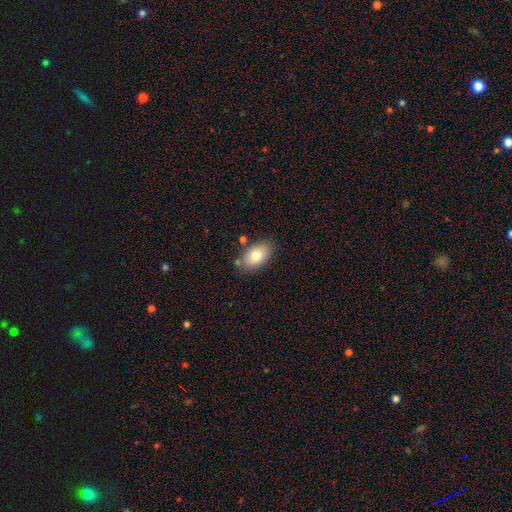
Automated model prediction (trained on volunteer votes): smooth 79%, featured or disk 13%, star or artifact 7%. Down the decision tree: how rounded — in between (91%); merging — none (79%).